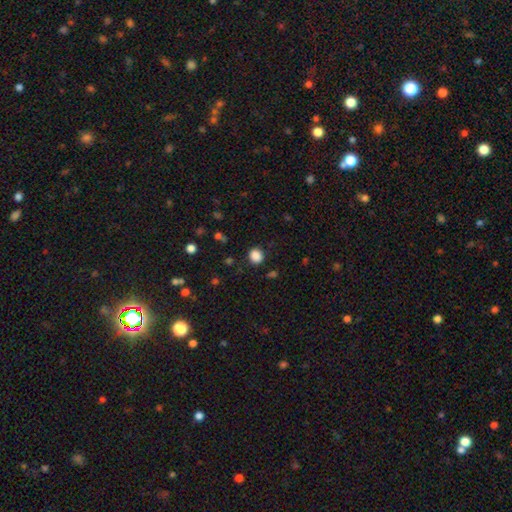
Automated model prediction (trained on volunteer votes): Smooth or featured: smooth — 87% (star or artifact — 10%)
How rounded: round — 71% (in between — 28%)
Merging: none — 87% (minor disturbance — 9%)